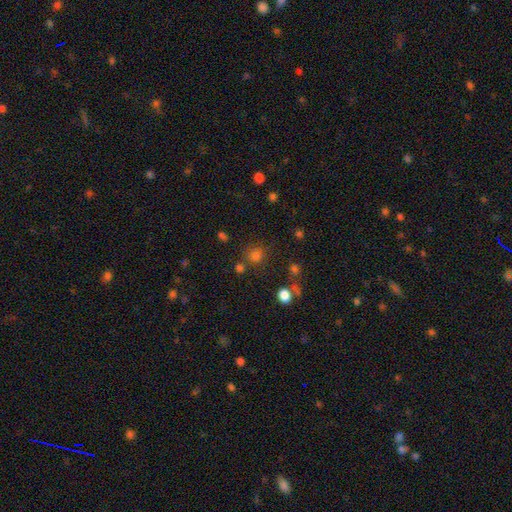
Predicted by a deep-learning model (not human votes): Q: Smooth or featured?
A: smooth (72%); runner-up: star or artifact (21%)
Q: How rounded?
A: round (88%); runner-up: in between (11%)
Q: Merging?
A: none (75%); runner-up: minor disturbance (10%)